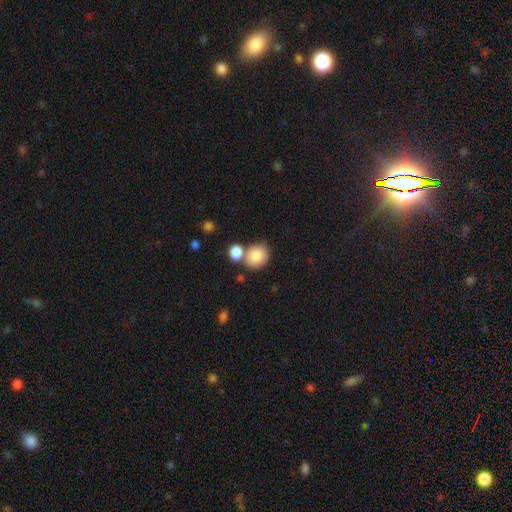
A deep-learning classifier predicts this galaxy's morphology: smooth-or-featured: smooth: 84% | featured or disk: 8% | star or artifact: 8%
  how-rounded: round: 61% | in between: 38% | cigar-shaped: 1%
  merging: none: 57% | merger: 28% | minor disturbance: 11% | major disturbance: 4%